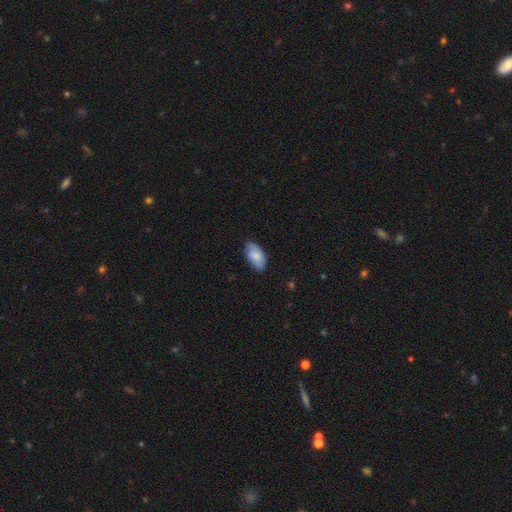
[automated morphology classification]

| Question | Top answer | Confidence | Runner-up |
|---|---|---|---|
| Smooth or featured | smooth | 79% | featured or disk (15%) |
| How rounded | in between | 94% | round (3%) |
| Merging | none | 75% | minor disturbance (21%) |